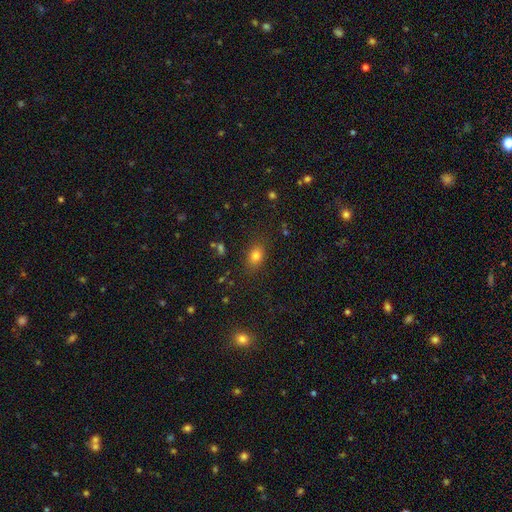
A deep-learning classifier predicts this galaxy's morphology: Smooth or featured? Predicted: smooth (p=0.77). How rounded? Predicted: in between (p=0.69). Merging? Predicted: none (p=0.84).